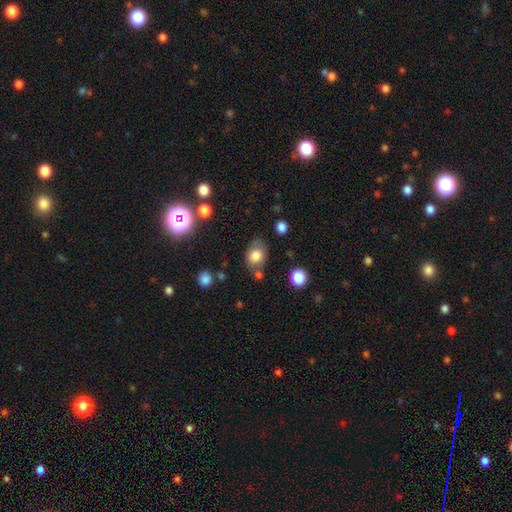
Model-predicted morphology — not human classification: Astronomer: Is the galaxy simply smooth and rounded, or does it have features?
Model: smooth — 78%.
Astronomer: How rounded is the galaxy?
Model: in between — 56% (runner-up: round, 43%).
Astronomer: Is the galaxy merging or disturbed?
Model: none — 62%.